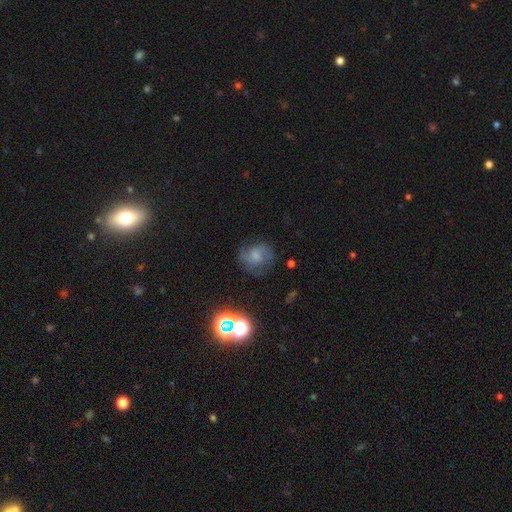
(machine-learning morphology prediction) featured or disk 47%, smooth 38%, star or artifact 15%. Down the decision tree: merging — none (62%).